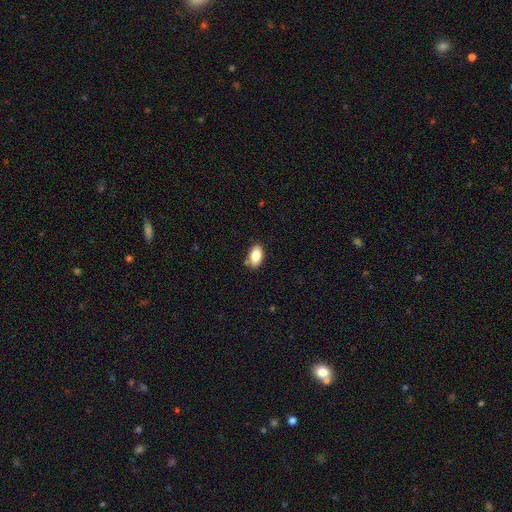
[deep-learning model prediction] smooth-or-featured: smooth: 85% | featured or disk: 8% | star or artifact: 7%
  how-rounded: in between: 92% | round: 5% | cigar-shaped: 3%
  merging: none: 82% | minor disturbance: 12% | merger: 3% | major disturbance: 2%